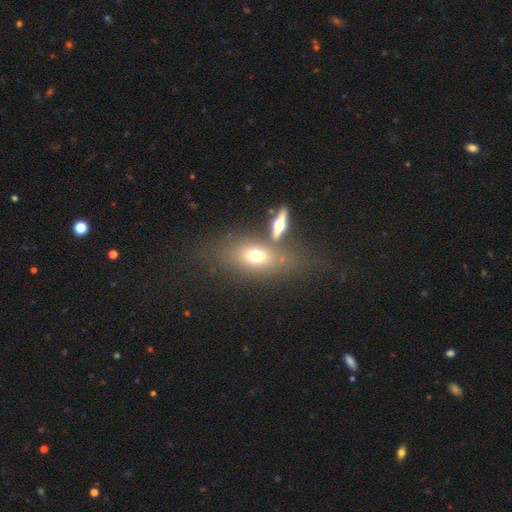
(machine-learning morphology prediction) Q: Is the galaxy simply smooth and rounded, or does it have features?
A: smooth — 61%.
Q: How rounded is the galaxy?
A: in between — 74%.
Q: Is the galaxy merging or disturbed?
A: none — 57%.